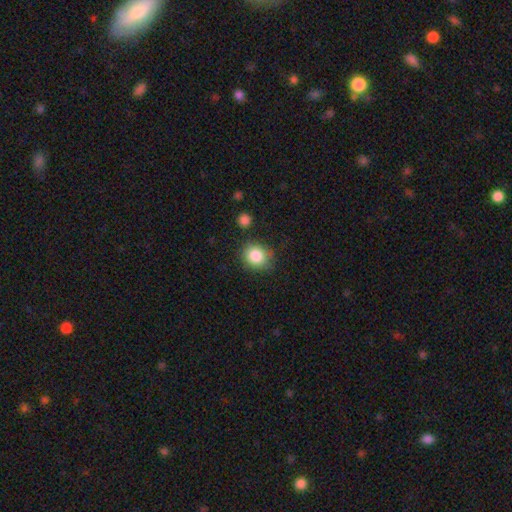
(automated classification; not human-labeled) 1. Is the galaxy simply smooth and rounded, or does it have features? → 85% smooth, 9% star or artifact, 6% featured or disk.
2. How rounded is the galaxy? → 77% round, 22% in between, 1% cigar-shaped.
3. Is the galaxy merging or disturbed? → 80% none, 13% minor disturbance, 4% merger, 3% major disturbance.